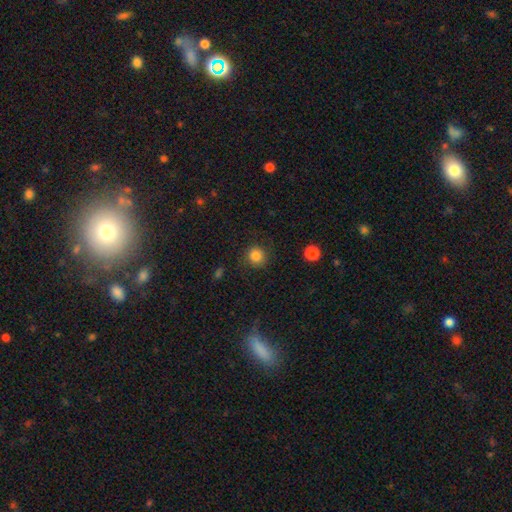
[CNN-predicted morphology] This is clearly a smooth galaxy (84%). How rounded: clearly round (90%). Merging: clearly none (84%).